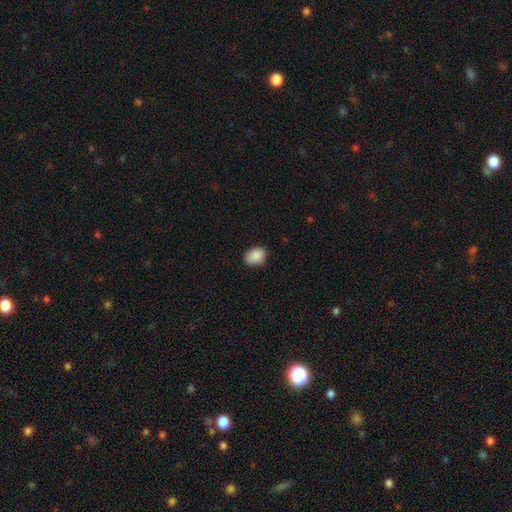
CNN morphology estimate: The model was most divided on "how rounded": in between: 69%, round: 30%, cigar-shaped: 1%. More confident: smooth or featured — smooth (88%); merging — none (79%).